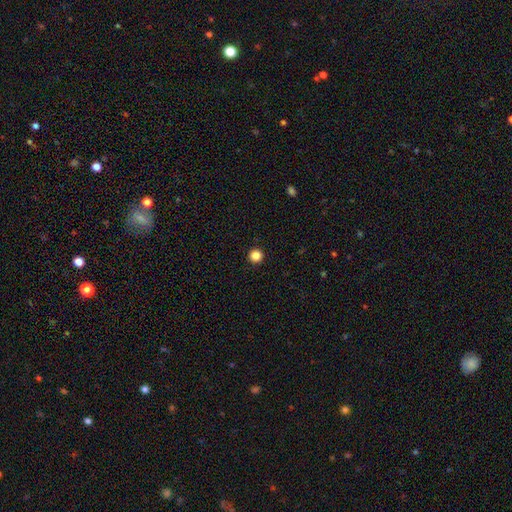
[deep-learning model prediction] Smooth or featured? Predicted: smooth (p=0.86). How rounded? Predicted: round (p=0.96). Merging? Predicted: none (p=0.94).